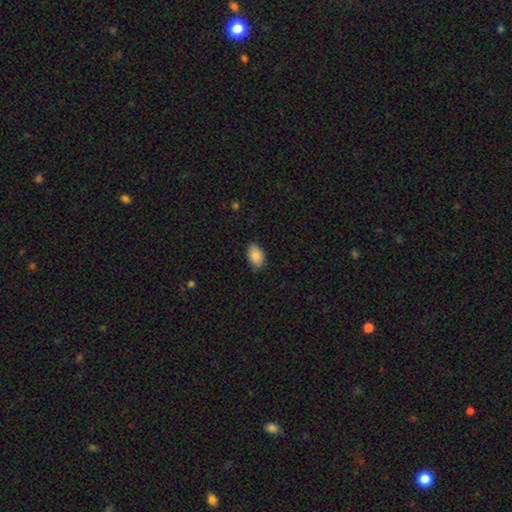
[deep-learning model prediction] A smooth galaxy with no disk features (86%) that is in between round and cigar-shaped (90%). Merging: none (78%).